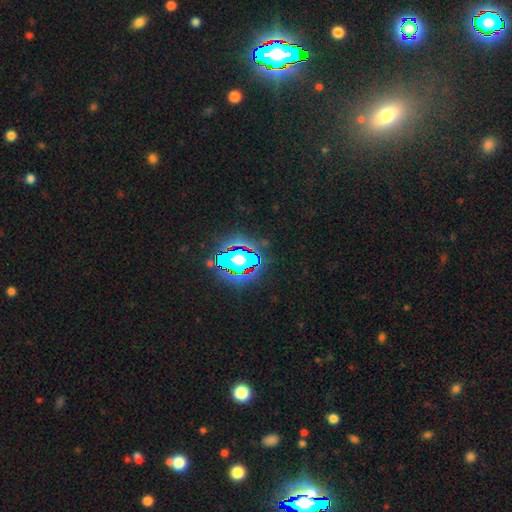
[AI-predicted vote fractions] Q: Smooth or featured?
A: star or artifact (80%); runner-up: smooth (11%)